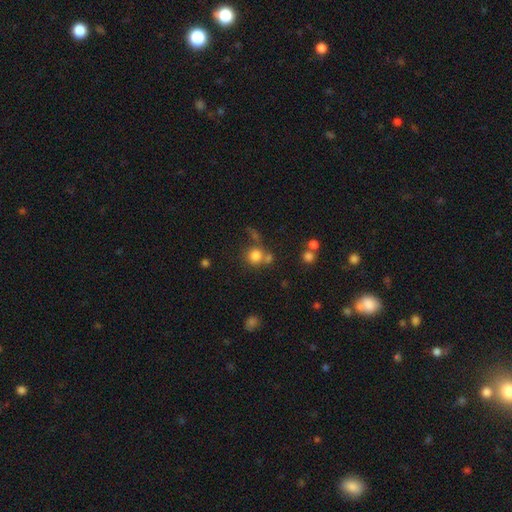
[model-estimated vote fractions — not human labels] Smooth or featured? Predicted: smooth (p=0.78). How rounded? Predicted: round (p=0.89). Merging? Predicted: none (p=0.58).